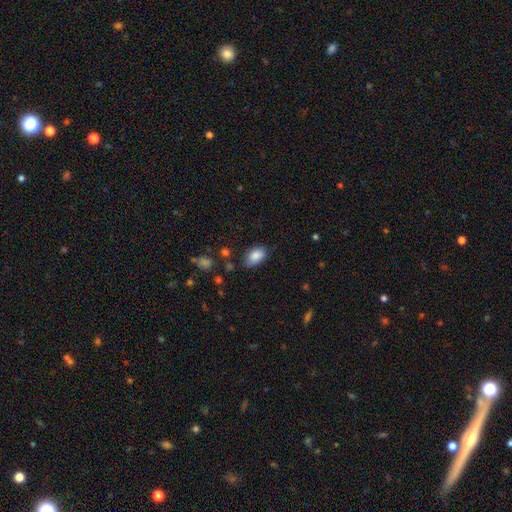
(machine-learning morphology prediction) A smooth galaxy with no disk features (85%) that is in between round and cigar-shaped (91%). Merging: none (66%).